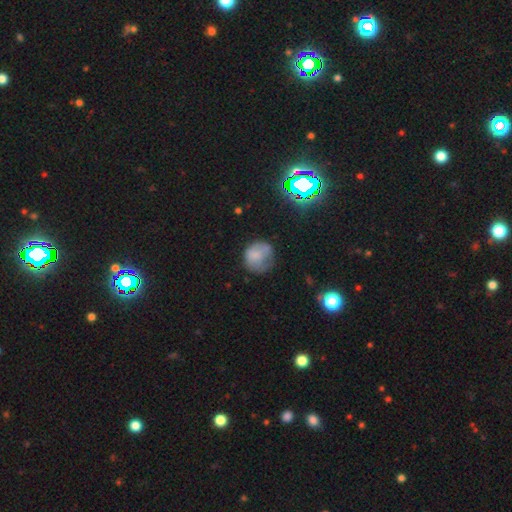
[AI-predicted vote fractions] Smooth or featured?
  - smooth: 69% *
  - featured or disk: 18%
  - star or artifact: 12%
How rounded?
  - round: 80% *
  - in between: 19%
  - cigar-shaped: 1%
Merging?
  - none: 48% *
  - minor disturbance: 30%
  - major disturbance: 19%
  - merger: 3%